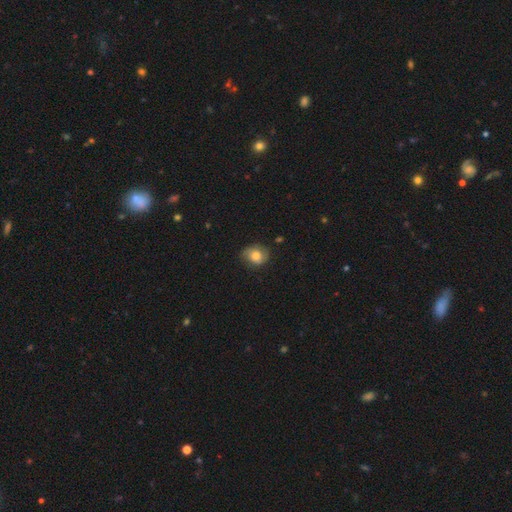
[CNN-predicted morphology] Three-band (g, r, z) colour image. It shows a smooth galaxy with no disk features (69%) that is round (57%). Merging: none (71%).